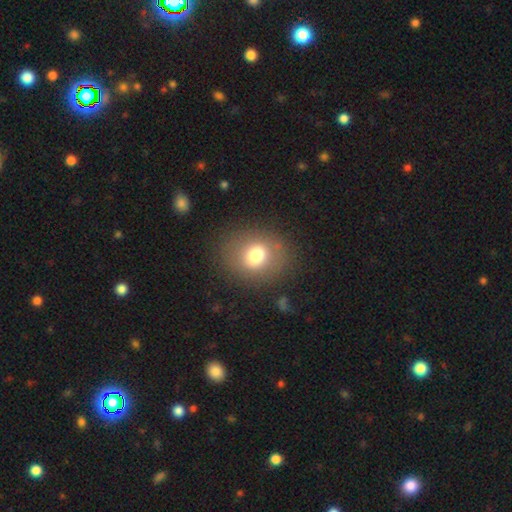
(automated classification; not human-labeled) smooth-or-featured: smooth: 73% | featured or disk: 14% | star or artifact: 12%
  how-rounded: round: 65% | in between: 34% | cigar-shaped: 1%
  merging: none: 82% | minor disturbance: 11% | major disturbance: 6% | merger: 2%